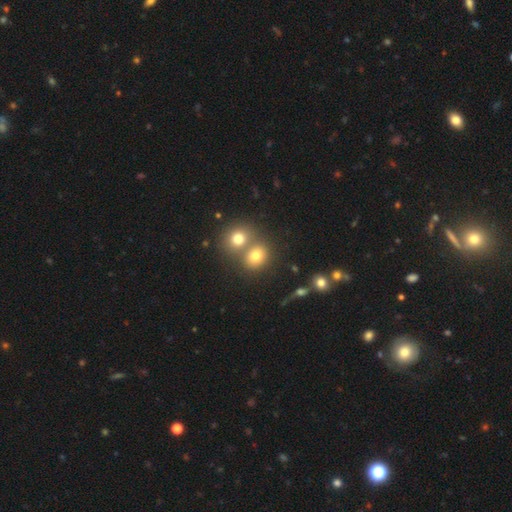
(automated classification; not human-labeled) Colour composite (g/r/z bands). It shows a smooth galaxy with no disk features (73%) that is round (69%). Merging: none (46%).